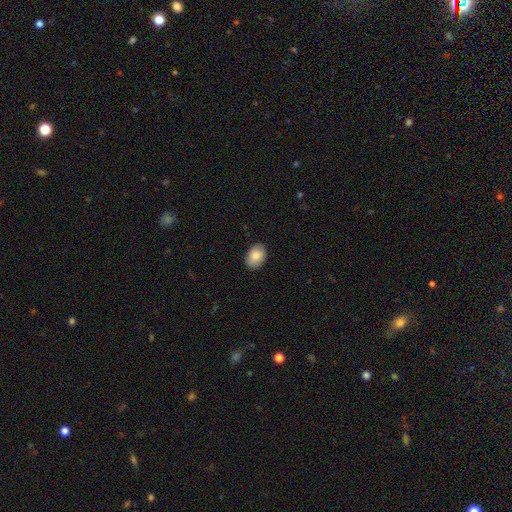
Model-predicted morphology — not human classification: A smooth galaxy with no disk features (84%) that is in between round and cigar-shaped (82%).

Vote fractions:
- Smooth or featured? smooth: 84% / featured or disk: 9% / star or artifact: 7%
- How rounded? in between: 82% / round: 17% / cigar-shaped: 1%
- Merging? none: 86% / minor disturbance: 11% / major disturbance: 2% / merger: 1%